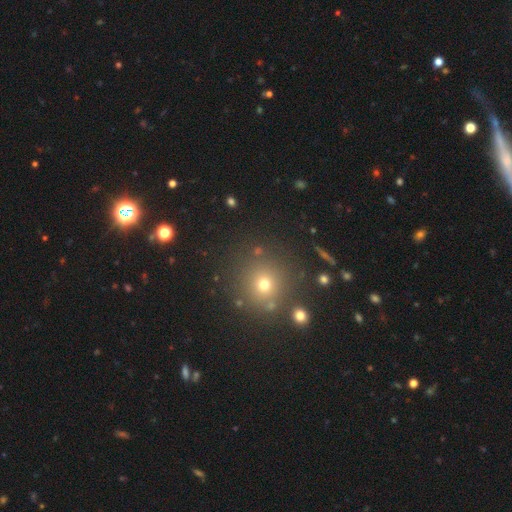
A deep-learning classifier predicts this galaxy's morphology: smooth 47%, star or artifact 42%, featured or disk 10%. Down the decision tree: merging — none (85%).